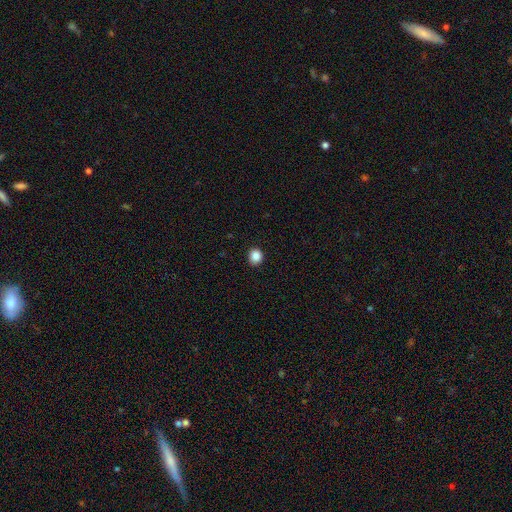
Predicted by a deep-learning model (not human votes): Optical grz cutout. It shows a smooth galaxy with no disk features (86%) that is round (79%). Merging: none (91%).